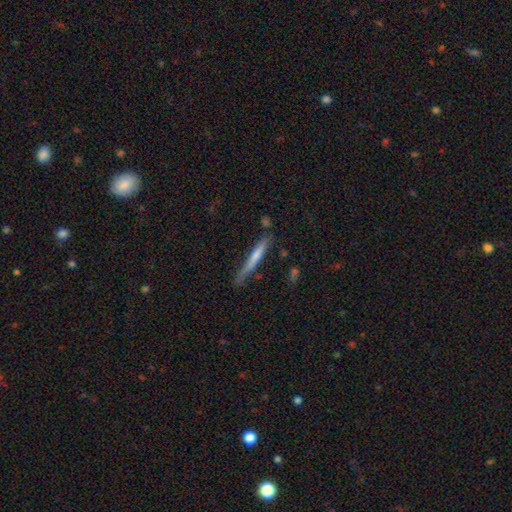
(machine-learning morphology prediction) smooth-or-featured: smooth: 57% | featured or disk: 37% | star or artifact: 6%
  how-rounded: cigar-shaped: 96% | in between: 3% | round: 1%
  merging: none: 70% | minor disturbance: 22% | major disturbance: 5% | merger: 3%